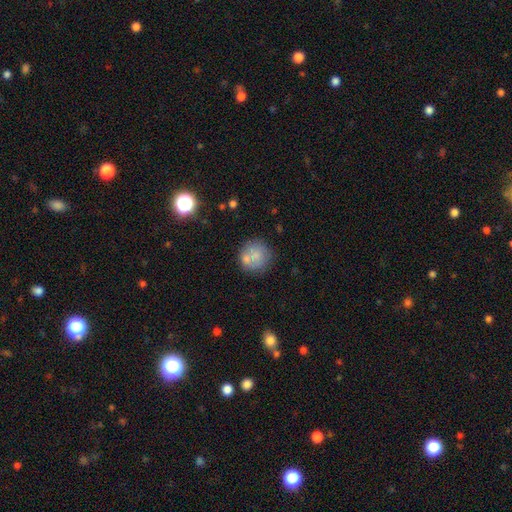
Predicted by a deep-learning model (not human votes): smooth 70%, featured or disk 21%, star or artifact 9%. Down the decision tree: how rounded — round (90%); merging — none (60%).